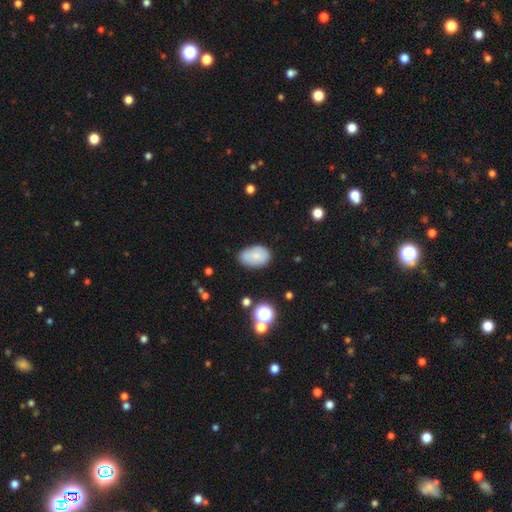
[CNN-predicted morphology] This appears to be a smooth galaxy with no disk features (76%) that is in between round and cigar-shaped (89%). Merging: none (63%).